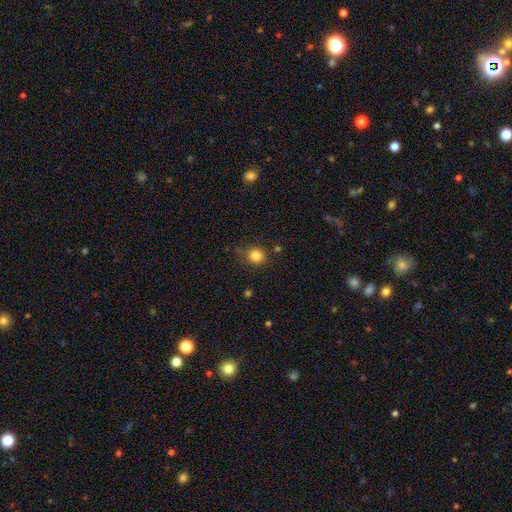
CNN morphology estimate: A smooth galaxy with no disk features (84%) that is round (83%).

Vote fractions:
- Smooth or featured? smooth: 84% / star or artifact: 11% / featured or disk: 5%
- How rounded? round: 83% / in between: 16% / cigar-shaped: 1%
- Merging? none: 78% / minor disturbance: 15% / major disturbance: 4% / merger: 4%